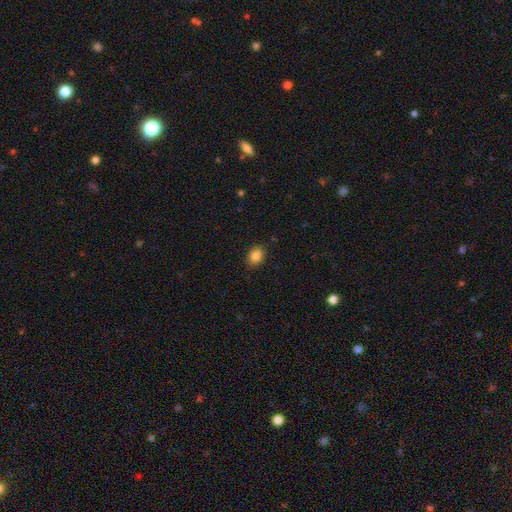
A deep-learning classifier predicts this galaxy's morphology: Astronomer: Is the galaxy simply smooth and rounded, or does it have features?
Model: smooth — 86%.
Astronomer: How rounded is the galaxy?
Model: in between — 68%.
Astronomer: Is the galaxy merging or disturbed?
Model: none — 88%.